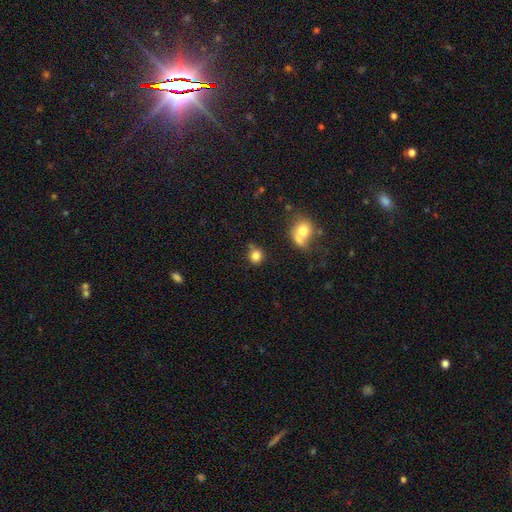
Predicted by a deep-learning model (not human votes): Smooth or featured? Predicted: smooth (p=0.82). How rounded? Predicted: round (p=0.84). Merging? Predicted: none (p=0.67).